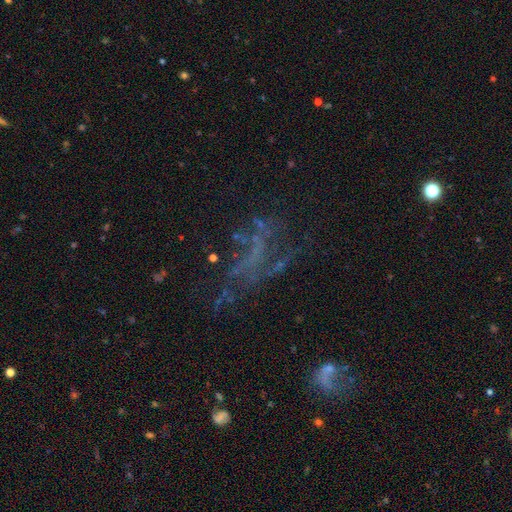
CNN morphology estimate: A star or artifact, not a galaxy (41%).

Vote fractions:
- Smooth or featured? star or artifact: 41% / featured or disk: 39% / smooth: 20%